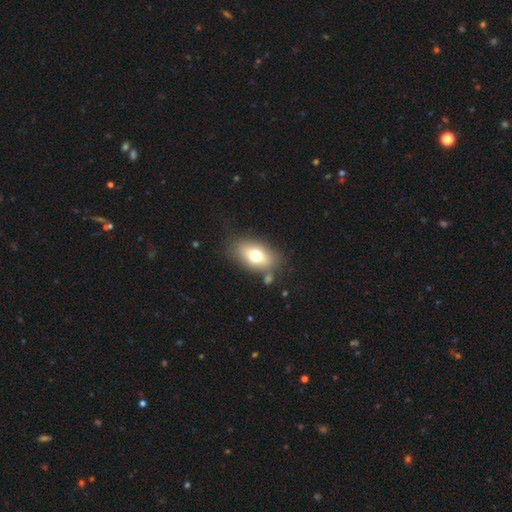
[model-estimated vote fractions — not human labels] Q: Smooth or featured?
A: smooth (71%); runner-up: featured or disk (20%)
Q: How rounded?
A: in between (87%); runner-up: round (10%)
Q: Merging?
A: none (75%); runner-up: minor disturbance (13%)